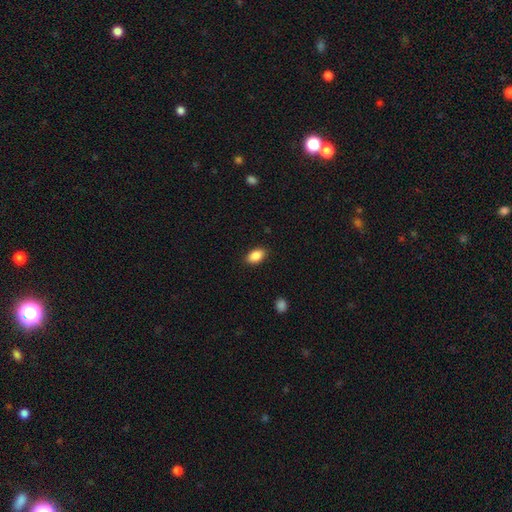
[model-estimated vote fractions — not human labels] Smooth or featured? smooth (87%)
How rounded? in between (91%)
Merging? none (87%)